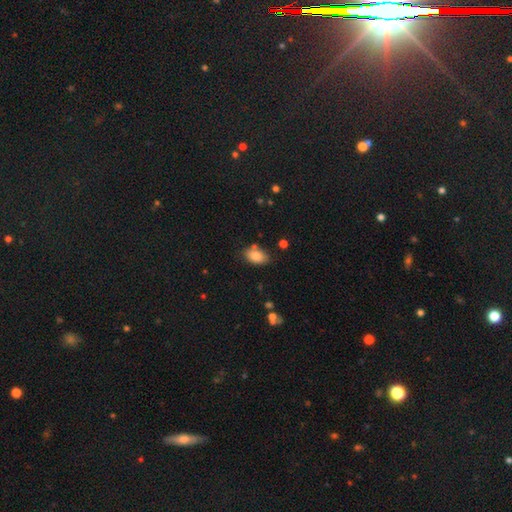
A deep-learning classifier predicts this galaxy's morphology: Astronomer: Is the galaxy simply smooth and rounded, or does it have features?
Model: smooth — 84%.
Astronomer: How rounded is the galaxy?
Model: in between — 90%.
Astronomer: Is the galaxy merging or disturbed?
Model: none — 76%.